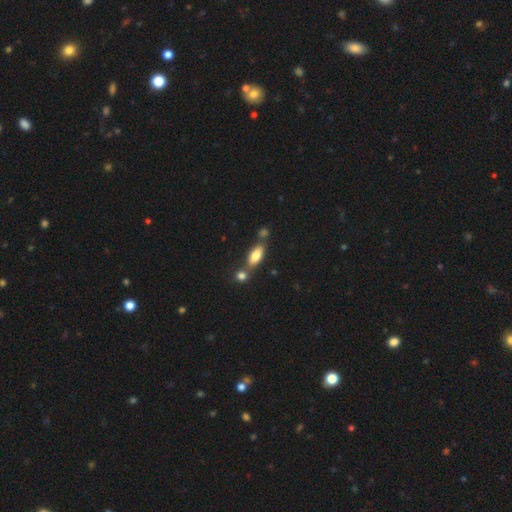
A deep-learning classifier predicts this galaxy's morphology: smooth_or_featured: smooth (p=0.78) [alt: featured or disk p=0.14]
how_rounded: in between (p=0.78) [alt: cigar-shaped p=0.18]
merging: none (p=0.54) [alt: merger p=0.31]